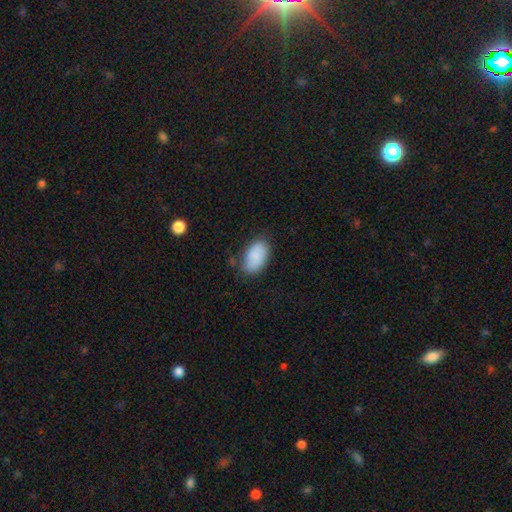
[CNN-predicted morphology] A smooth galaxy with no disk features (87%) that is in between round and cigar-shaped (94%).

Vote fractions:
- Smooth or featured? smooth: 87% / star or artifact: 6% / featured or disk: 6%
- How rounded? in between: 94% / round: 4% / cigar-shaped: 2%
- Merging? none: 76% / minor disturbance: 18% / major disturbance: 4% / merger: 2%